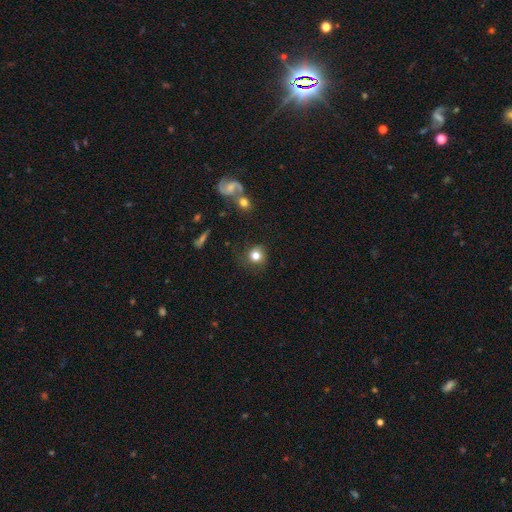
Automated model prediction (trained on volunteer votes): Smooth or featured? Predicted: smooth (p=0.79). How rounded? Predicted: round (p=0.90). Merging? Predicted: none (p=0.79).